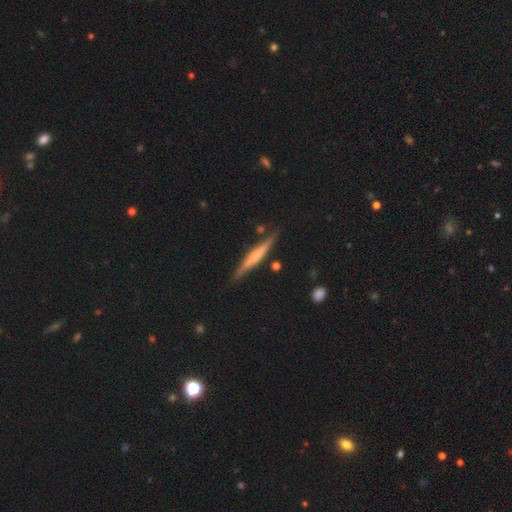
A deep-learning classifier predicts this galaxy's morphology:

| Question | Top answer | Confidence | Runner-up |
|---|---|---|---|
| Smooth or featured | featured or disk | 62% | smooth (32%) |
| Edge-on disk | yes | 96% | no (4%) |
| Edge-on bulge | rounded | 66% | none (24%) |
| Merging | none | 84% | minor disturbance (10%) |